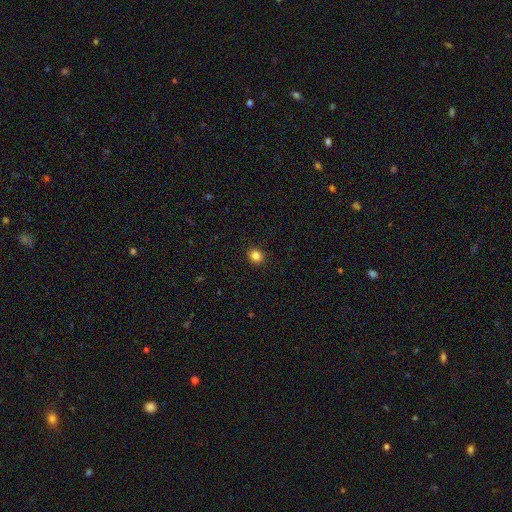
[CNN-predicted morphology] Q: Smooth or featured?
A: smooth (84%); runner-up: star or artifact (12%)
Q: How rounded?
A: round (76%); runner-up: in between (23%)
Q: Merging?
A: none (92%); runner-up: minor disturbance (5%)